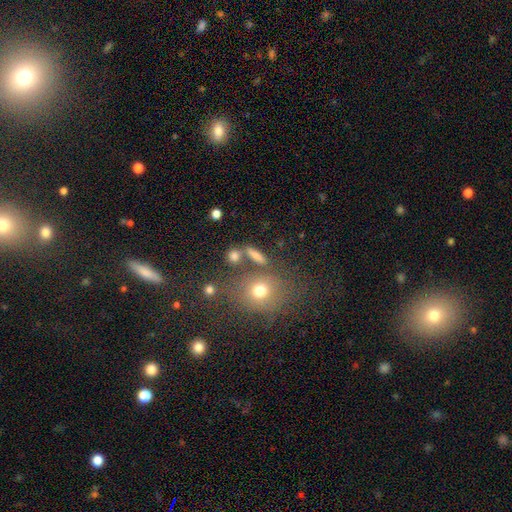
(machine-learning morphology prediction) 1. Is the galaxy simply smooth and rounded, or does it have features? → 64% smooth, 19% star or artifact, 17% featured or disk.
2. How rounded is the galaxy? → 44% in between, 32% round, 24% cigar-shaped.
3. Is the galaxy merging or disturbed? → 66% none, 15% merger, 12% minor disturbance, 7% major disturbance.